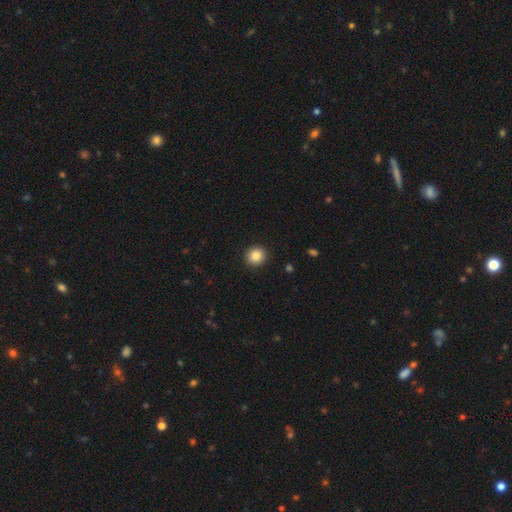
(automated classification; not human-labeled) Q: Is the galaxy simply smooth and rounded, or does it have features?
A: smooth — 87%.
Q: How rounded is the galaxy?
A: round — 90%.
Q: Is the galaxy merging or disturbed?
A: none — 92%.